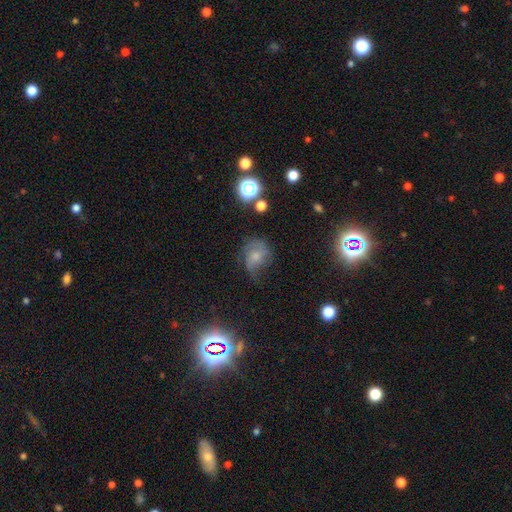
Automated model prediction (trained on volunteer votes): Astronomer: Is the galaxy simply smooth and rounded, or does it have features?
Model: smooth — 44% (runner-up: featured or disk, 39%).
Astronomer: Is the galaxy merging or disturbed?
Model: none — 44% (runner-up: minor disturbance, 29%).